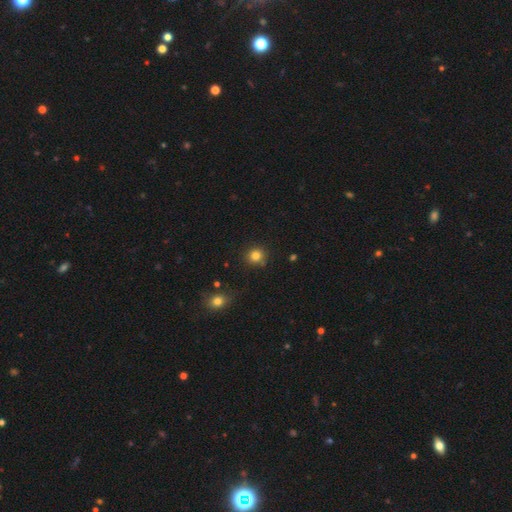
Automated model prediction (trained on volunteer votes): smooth_or_featured: smooth (p=0.82) [alt: star or artifact p=0.12]
how_rounded: round (p=0.89) [alt: in between p=0.10]
merging: none (p=0.85) [alt: minor disturbance p=0.09]